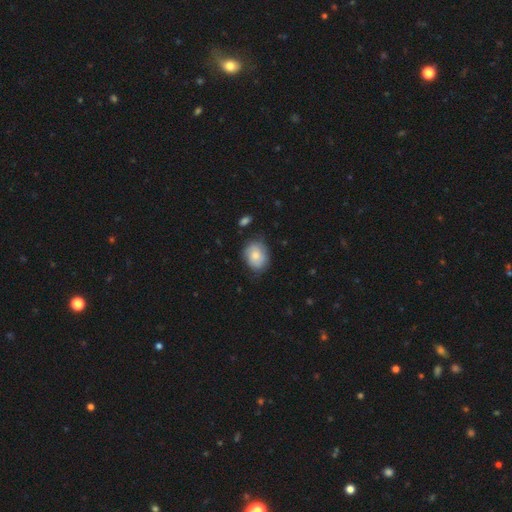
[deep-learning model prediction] Smooth or featured: smooth — 67% (featured or disk — 26%)
How rounded: in between — 51% (round — 48%)
Merging: none — 70% (minor disturbance — 23%)